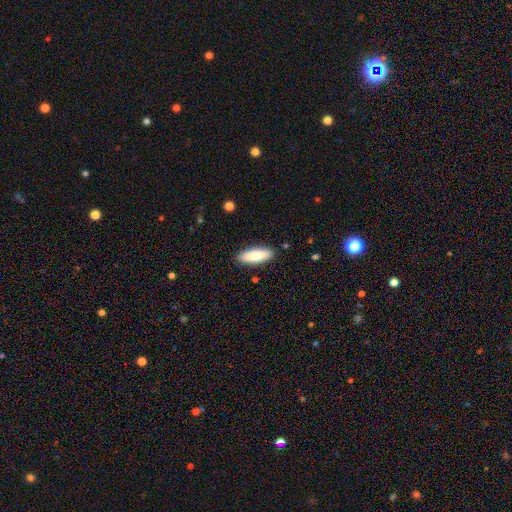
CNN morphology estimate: smooth-or-featured: smooth: 83% | featured or disk: 11% | star or artifact: 6%
  how-rounded: in between: 57% | cigar-shaped: 41% | round: 2%
  merging: none: 89% | minor disturbance: 8% | major disturbance: 2% | merger: 1%